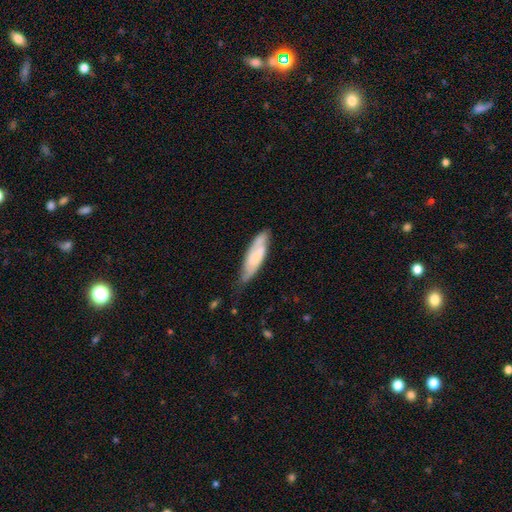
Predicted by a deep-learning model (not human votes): This appears to be a smooth galaxy with no disk features (58%) that is cigar-shaped (57%). Merging: none (57%).